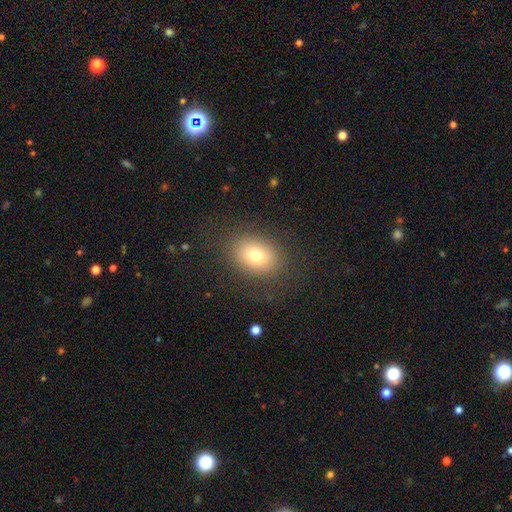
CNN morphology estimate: This appears to be a smooth galaxy with no disk features (75%) that is in between round and cigar-shaped (59%). Merging: none (81%).